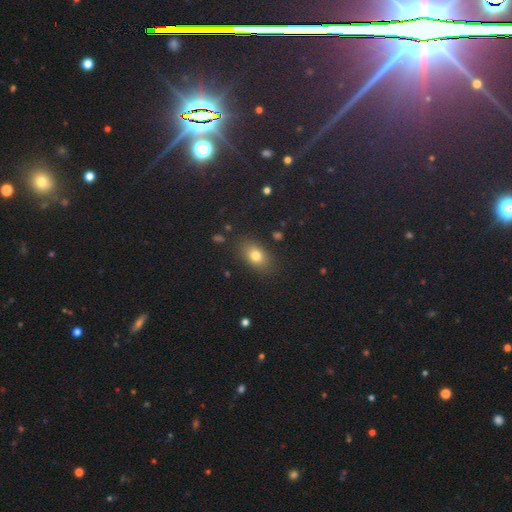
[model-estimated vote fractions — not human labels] smooth-or-featured: smooth: 77% | star or artifact: 13% | featured or disk: 11%
  how-rounded: in between: 76% | round: 21% | cigar-shaped: 3%
  merging: none: 83% | minor disturbance: 11% | major disturbance: 3% | merger: 2%